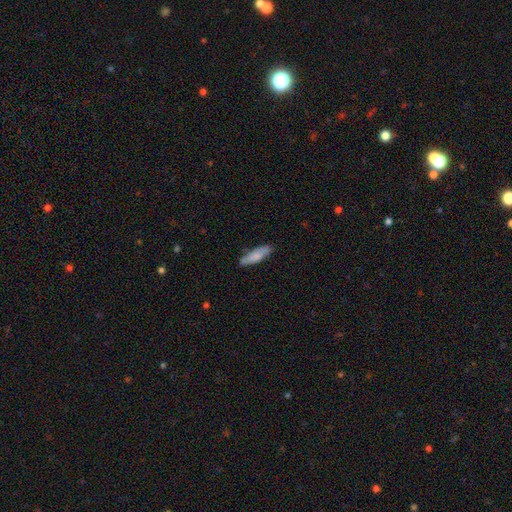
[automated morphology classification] Overall: smooth (78%). How rounded: cigar-shaped (52%; in between 46%). Merging: none (77%).